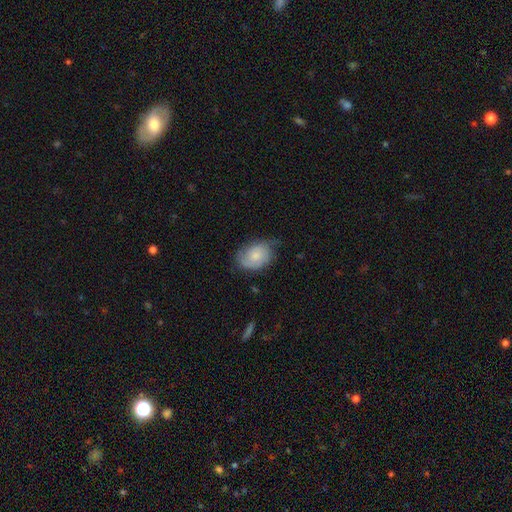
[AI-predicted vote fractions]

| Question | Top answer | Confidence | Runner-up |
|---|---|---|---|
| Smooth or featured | smooth | 60% | featured or disk (33%) |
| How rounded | in between | 66% | round (33%) |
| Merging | none | 52% | minor disturbance (34%) |